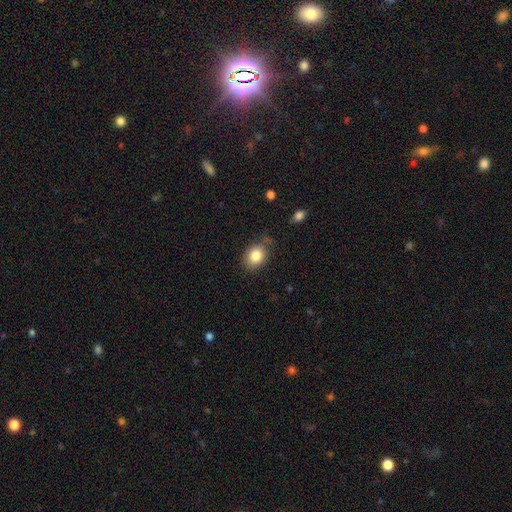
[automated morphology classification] This is clearly a smooth galaxy (84%). How rounded: possibly in between (59%). Merging: likely none (76%).